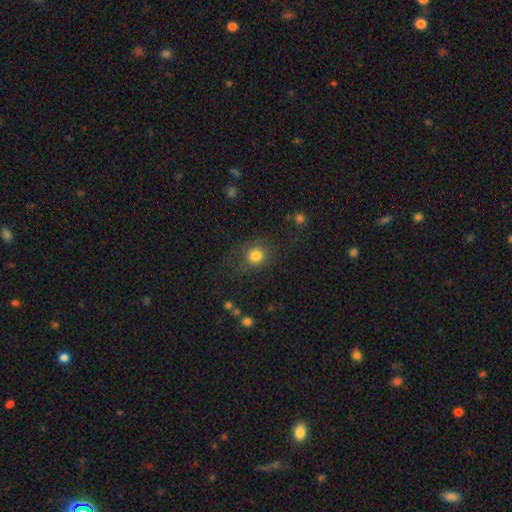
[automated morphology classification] The model was most divided on "merging": none: 71%, minor disturbance: 16%, major disturbance: 10%, merger: 2%. More confident: smooth or featured — smooth (80%); how rounded — round (79%).